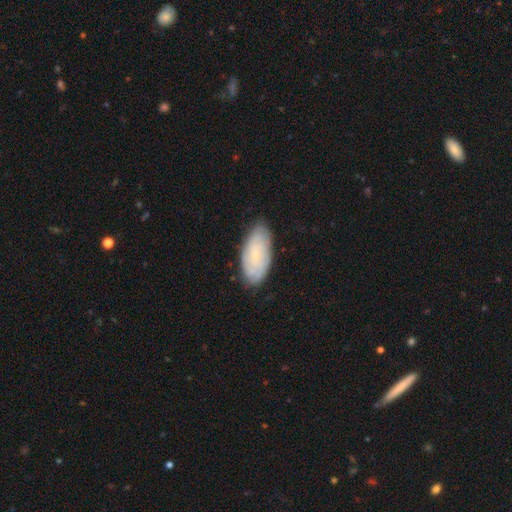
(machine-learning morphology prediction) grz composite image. It shows a smooth galaxy with no disk features (51%) that is in between round and cigar-shaped (90%). Merging: none (79%).